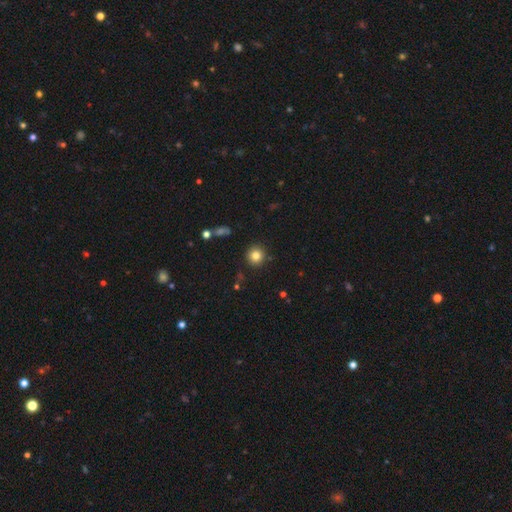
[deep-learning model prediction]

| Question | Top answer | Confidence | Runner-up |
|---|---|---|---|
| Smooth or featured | smooth | 82% | star or artifact (12%) |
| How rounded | round | 93% | in between (6%) |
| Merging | none | 90% | minor disturbance (6%) |